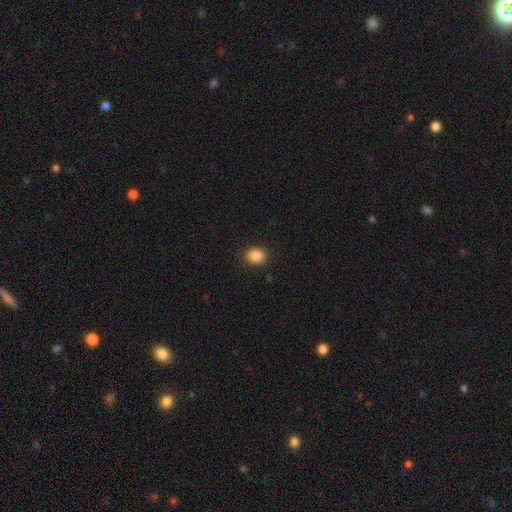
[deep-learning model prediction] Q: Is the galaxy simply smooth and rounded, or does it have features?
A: smooth — 88%.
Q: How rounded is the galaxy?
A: round — 52%.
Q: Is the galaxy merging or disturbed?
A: none — 88%.